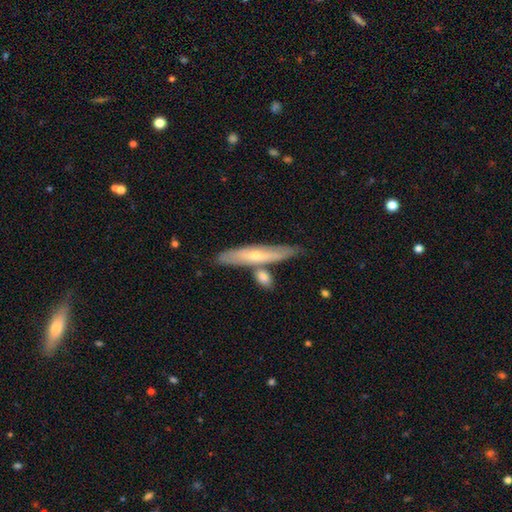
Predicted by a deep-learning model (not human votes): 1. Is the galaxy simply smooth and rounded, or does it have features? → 55% featured or disk, 38% smooth, 6% star or artifact.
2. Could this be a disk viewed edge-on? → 76% yes, 24% no.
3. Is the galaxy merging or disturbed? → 72% none, 13% merger, 13% minor disturbance, 3% major disturbance.